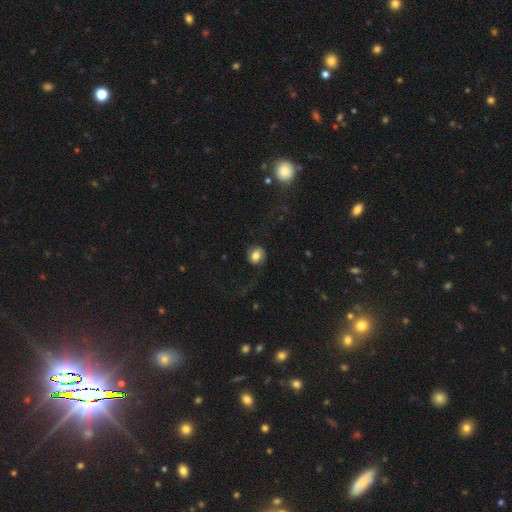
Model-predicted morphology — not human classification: Smooth or featured: smooth — 68% (featured or disk — 23%)
How rounded: round — 68% (in between — 31%)
Merging: none — 64% (major disturbance — 19%)